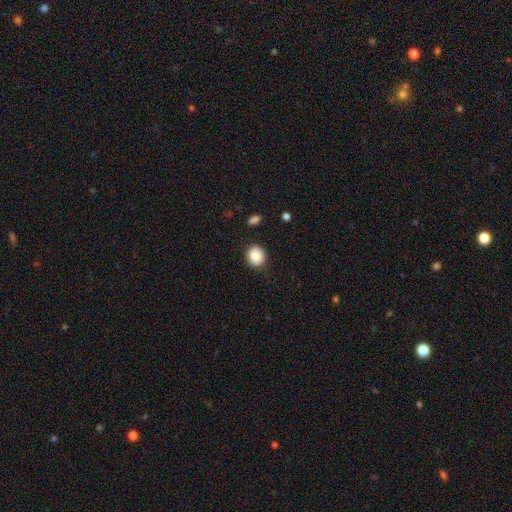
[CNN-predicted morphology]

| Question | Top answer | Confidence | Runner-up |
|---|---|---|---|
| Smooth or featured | smooth | 85% | star or artifact (8%) |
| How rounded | round | 79% | in between (20%) |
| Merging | none | 88% | minor disturbance (8%) |